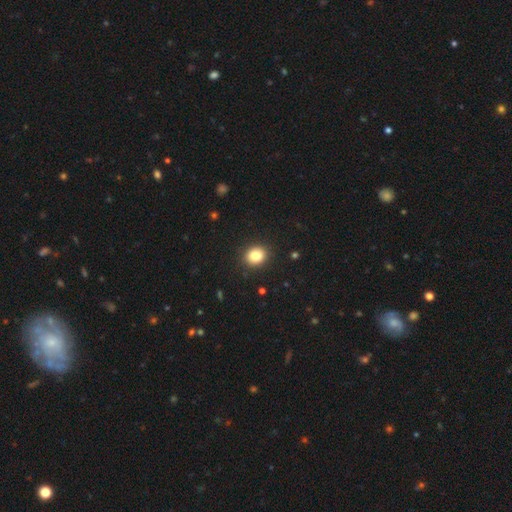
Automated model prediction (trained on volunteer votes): Smooth or featured? smooth (84%)
How rounded? round (66%)
Merging? none (90%)